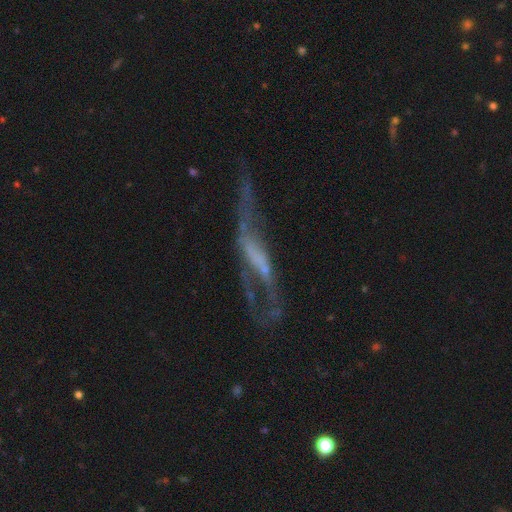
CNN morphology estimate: featured or disk 67%, smooth 20%, star or artifact 13%. Down the decision tree: edge-on disk — no (69%); merging — major disturbance (49%).